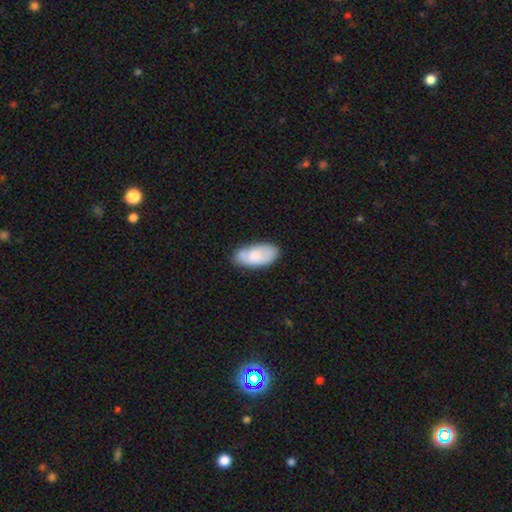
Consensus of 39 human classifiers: Q: Smooth or featured?
A: smooth (72%); runner-up: featured or disk (23%)
Q: How rounded?
A: in between (96%); runner-up: round (4%)
Q: Merging?
A: none (57%); runner-up: minor disturbance (38%)